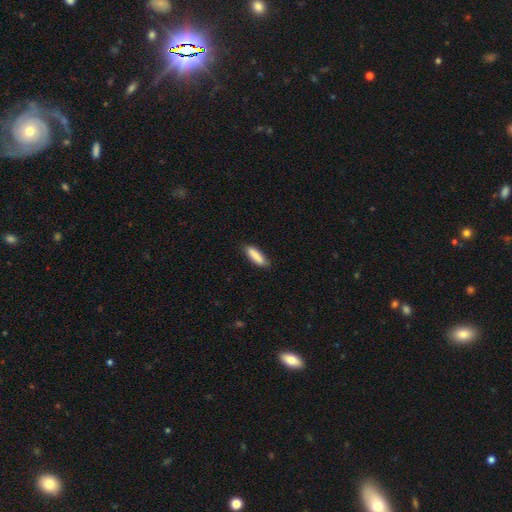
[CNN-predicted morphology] type=smooth (87%); roundness=cigar-shaped (57%); merging=none (83%).